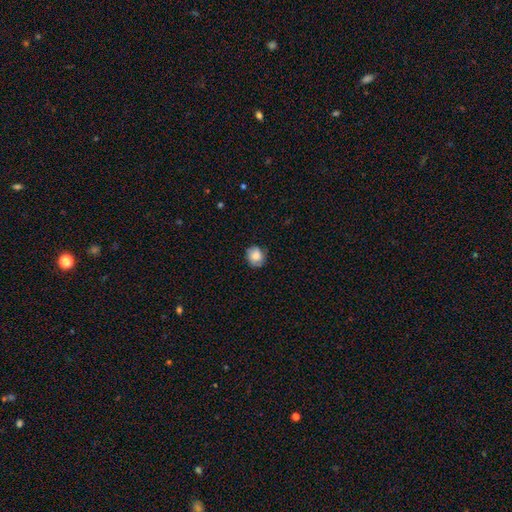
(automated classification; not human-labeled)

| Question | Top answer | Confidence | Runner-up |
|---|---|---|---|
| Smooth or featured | smooth | 79% | featured or disk (13%) |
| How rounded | round | 73% | in between (26%) |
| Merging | none | 74% | minor disturbance (20%) |